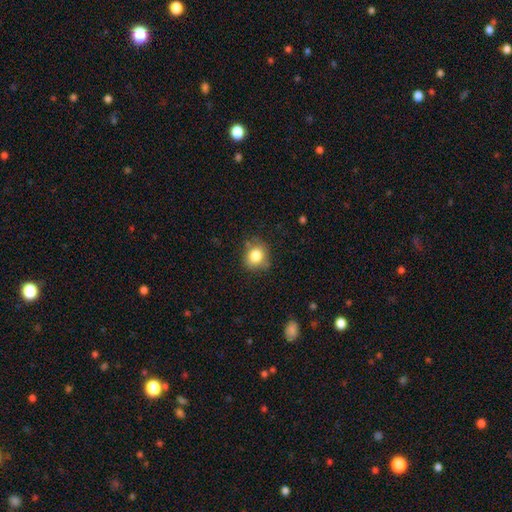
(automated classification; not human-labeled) Smooth or featured?
  - smooth: 81% *
  - star or artifact: 10%
  - featured or disk: 8%
How rounded?
  - round: 75% *
  - in between: 24%
  - cigar-shaped: 1%
Merging?
  - none: 76% *
  - minor disturbance: 18%
  - major disturbance: 4%
  - merger: 3%